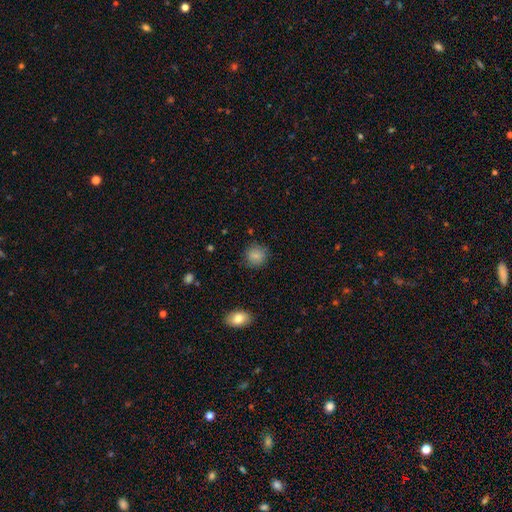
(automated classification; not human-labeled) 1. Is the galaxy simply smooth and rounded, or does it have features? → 84% smooth, 10% star or artifact, 7% featured or disk.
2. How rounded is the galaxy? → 87% round, 12% in between, 1% cigar-shaped.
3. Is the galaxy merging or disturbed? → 84% none, 12% minor disturbance, 3% major disturbance, 1% merger.